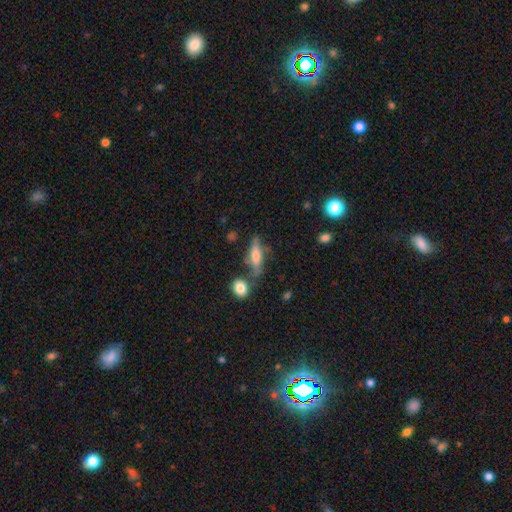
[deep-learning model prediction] Smooth or featured? smooth (49%)
Merging? none (63%)